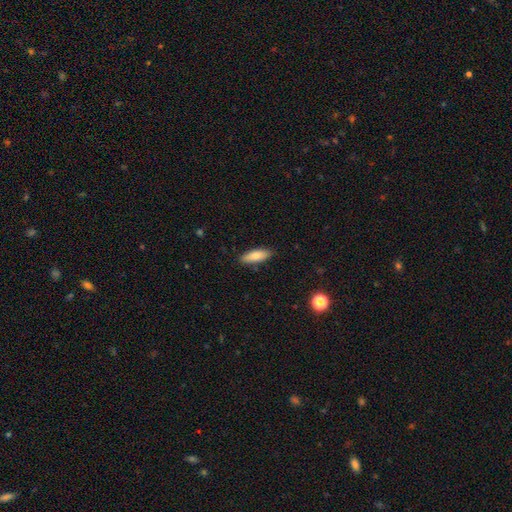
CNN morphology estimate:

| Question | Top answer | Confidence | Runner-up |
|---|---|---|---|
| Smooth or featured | smooth | 82% | featured or disk (12%) |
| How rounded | in between | 63% | cigar-shaped (35%) |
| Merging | none | 86% | minor disturbance (11%) |